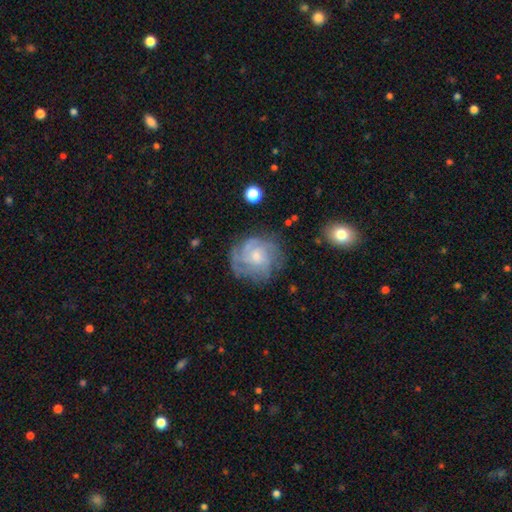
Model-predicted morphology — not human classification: Smooth or featured? featured or disk (75%)
Edge-on disk? no (98%)
Bar? no (71%)
Spiral arms? yes (90%)
Spiral winding? tight (59%)
Spiral arm count? can't tell (38%)
Bulge size? small (58%)
Merging? none (70%)